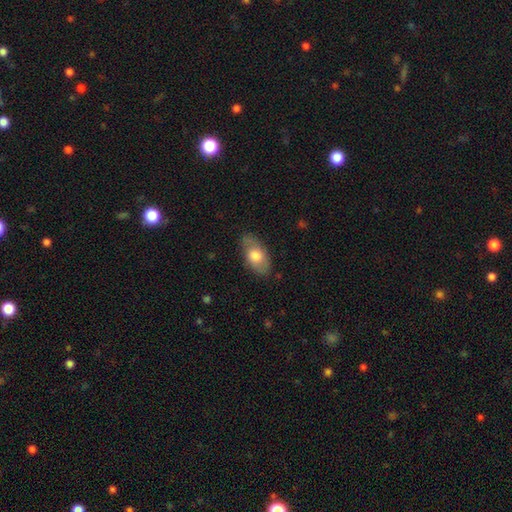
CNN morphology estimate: Smooth or featured? Predicted: smooth (p=0.67). How rounded? Predicted: in between (p=0.92). Merging? Predicted: none (p=0.79).